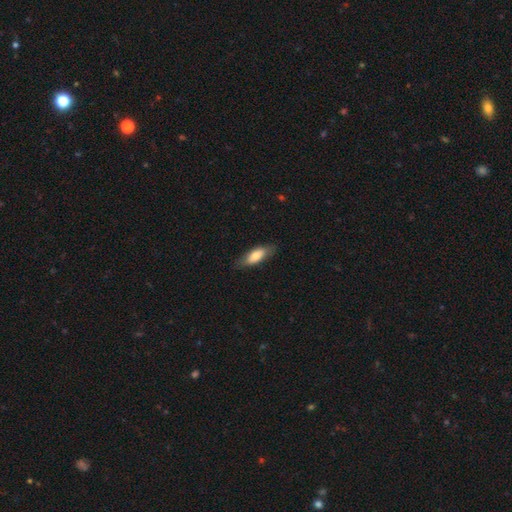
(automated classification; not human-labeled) Overall: smooth (72%). How rounded: in between (68%; cigar-shaped 30%). Merging: none (80%).